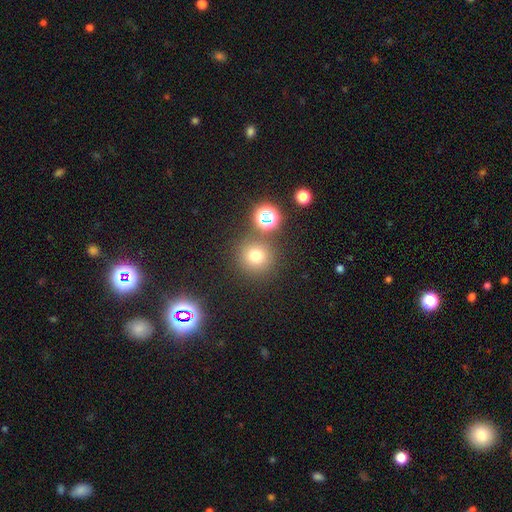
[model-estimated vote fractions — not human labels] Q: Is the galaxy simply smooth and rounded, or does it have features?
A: smooth — 72%.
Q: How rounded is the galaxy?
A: round — 93%.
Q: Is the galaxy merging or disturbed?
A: none — 80%.